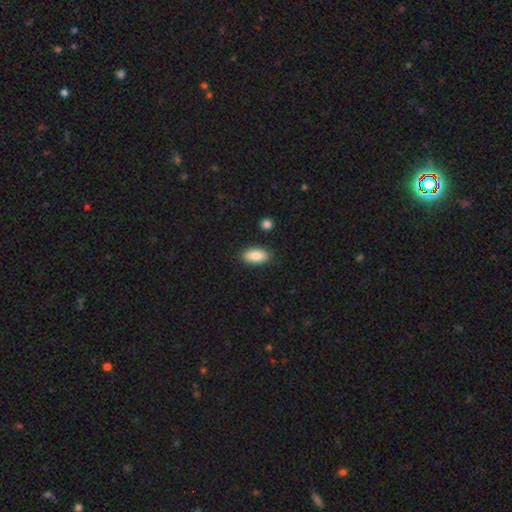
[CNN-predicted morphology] Smooth or featured? smooth (88%)
How rounded? in between (91%)
Merging? none (87%)